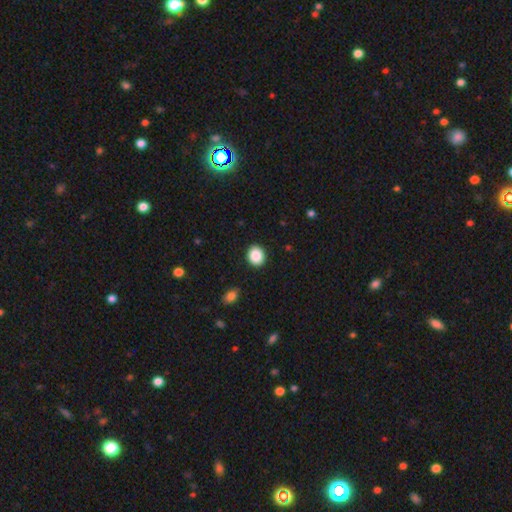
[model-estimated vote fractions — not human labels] Smooth or featured?
  - smooth: 88% *
  - star or artifact: 8%
  - featured or disk: 3%
How rounded?
  - round: 65% *
  - in between: 34%
  - cigar-shaped: 1%
Merging?
  - none: 90% *
  - minor disturbance: 7%
  - major disturbance: 2%
  - merger: 1%